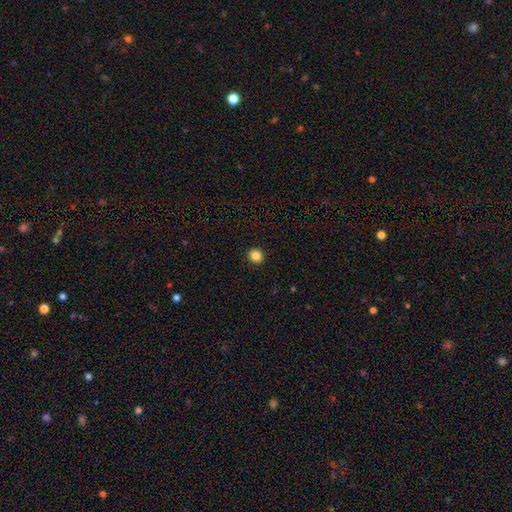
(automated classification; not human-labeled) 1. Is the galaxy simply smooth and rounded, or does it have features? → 86% smooth, 11% star or artifact, 4% featured or disk.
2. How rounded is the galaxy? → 85% round, 14% in between, 1% cigar-shaped.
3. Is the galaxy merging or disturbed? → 93% none, 4% minor disturbance, 2% major disturbance, 1% merger.